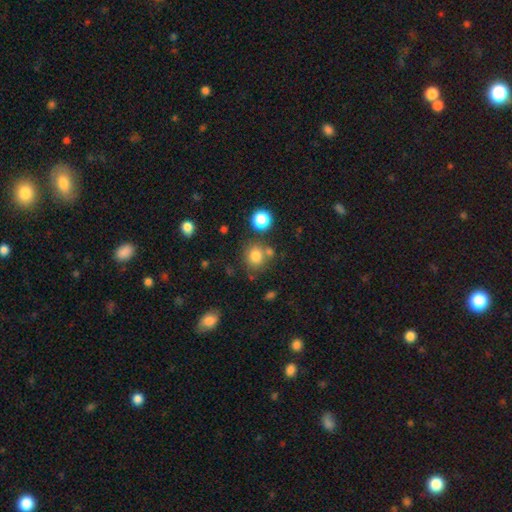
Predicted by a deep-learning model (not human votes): Smooth or featured? smooth (80%)
How rounded? round (81%)
Merging? none (66%)